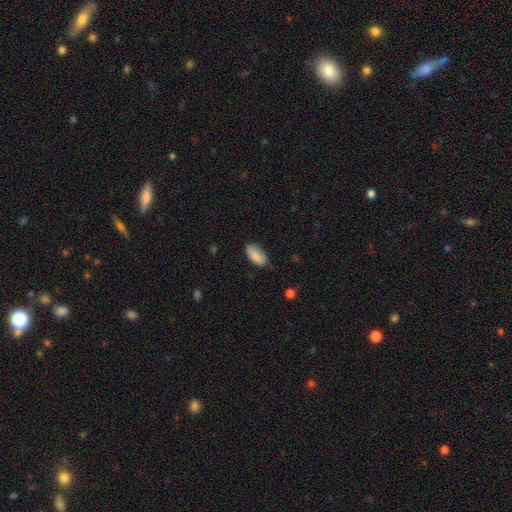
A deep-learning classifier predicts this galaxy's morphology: Smooth or featured? Predicted: smooth (p=0.86). How rounded? Predicted: in between (p=0.92). Merging? Predicted: none (p=0.78).